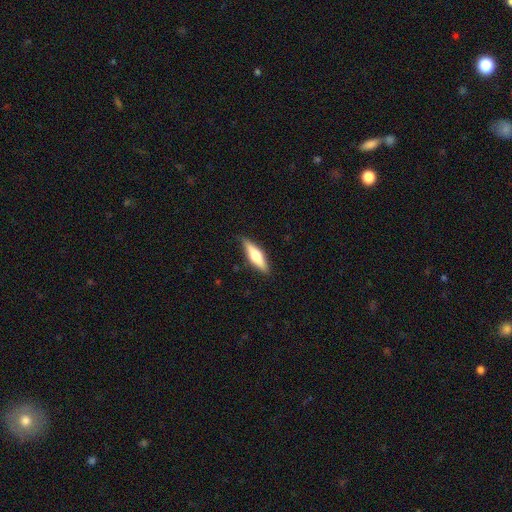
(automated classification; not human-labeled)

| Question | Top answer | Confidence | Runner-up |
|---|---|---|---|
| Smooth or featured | smooth | 50% | featured or disk (44%) |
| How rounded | cigar-shaped | 62% | in between (36%) |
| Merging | none | 86% | minor disturbance (11%) |